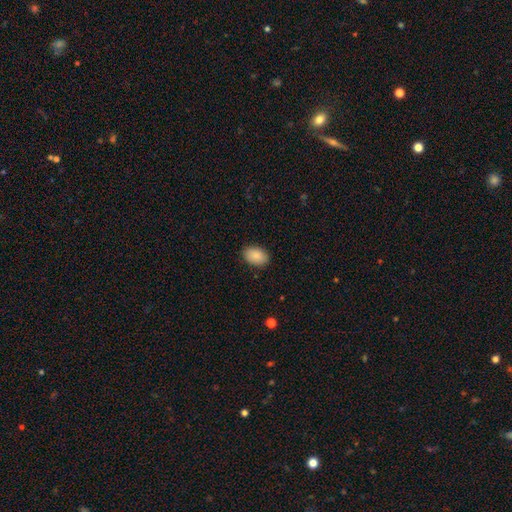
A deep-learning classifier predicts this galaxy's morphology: A smooth galaxy with no disk features (87%) that is in between round and cigar-shaped (87%). Merging: none (88%).